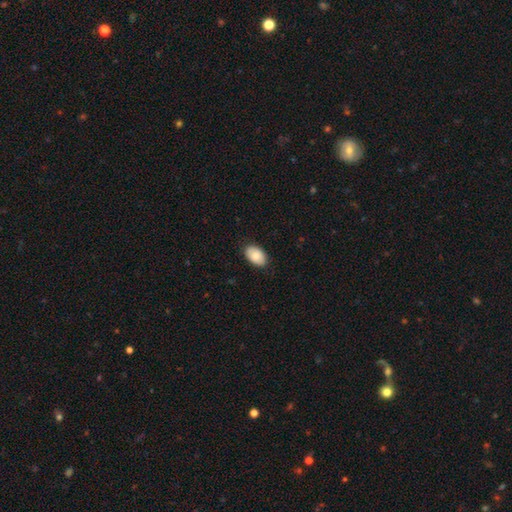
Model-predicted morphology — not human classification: smooth 79%, featured or disk 14%, star or artifact 7%. Down the decision tree: how rounded — in between (91%); merging — none (86%).